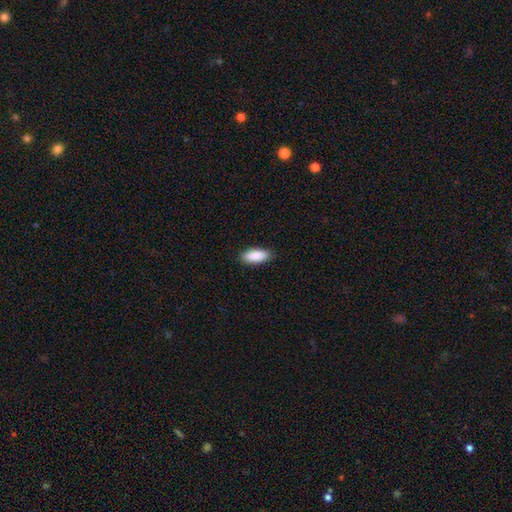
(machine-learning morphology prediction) smooth-or-featured: smooth: 90% | star or artifact: 6% | featured or disk: 4%
  how-rounded: in between: 83% | cigar-shaped: 15% | round: 2%
  merging: none: 89% | minor disturbance: 8% | major disturbance: 2% | merger: 1%